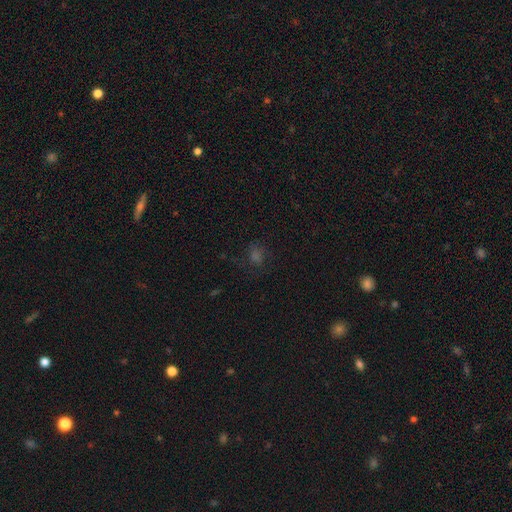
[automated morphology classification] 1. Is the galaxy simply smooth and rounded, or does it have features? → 49% smooth, 38% star or artifact, 13% featured or disk.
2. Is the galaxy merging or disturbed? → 73% none, 15% minor disturbance, 10% major disturbance, 2% merger.